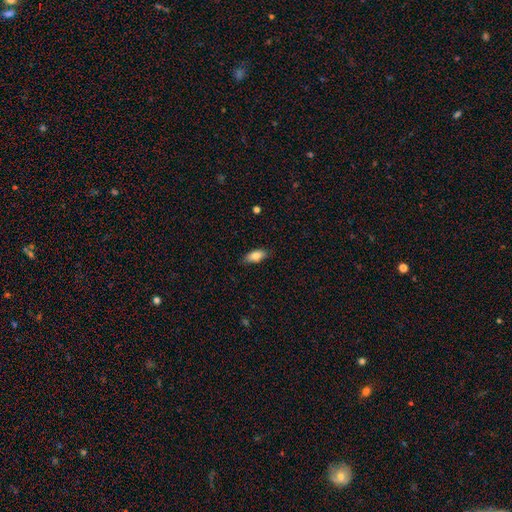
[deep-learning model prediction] Morphology: type=smooth (81%); roundness=in between (86%); merging=none (83%).